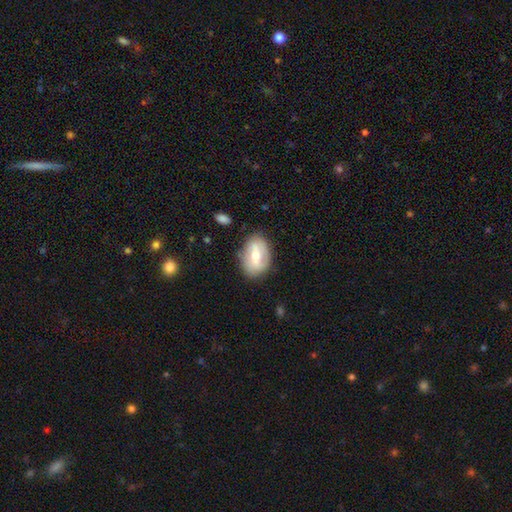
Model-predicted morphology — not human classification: Overall: featured or disk (49%; smooth 44%). Merging: none (78%).